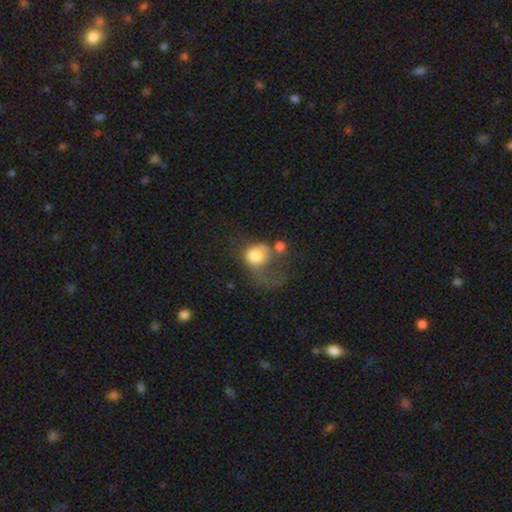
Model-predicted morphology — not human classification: smooth 69%, featured or disk 22%, star or artifact 9%. Down the decision tree: how rounded — round (60%); merging — major disturbance (53%).